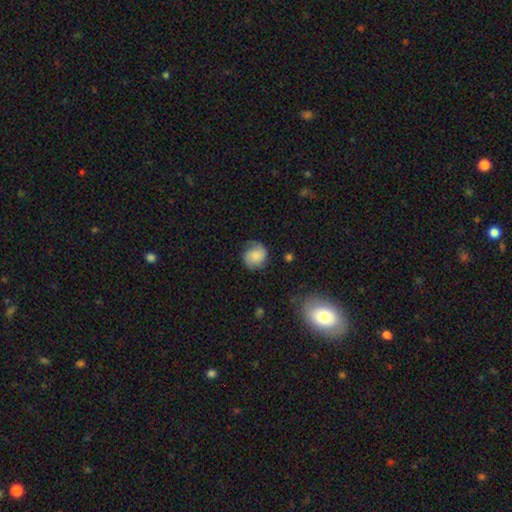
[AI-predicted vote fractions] Smooth or featured?
  - smooth: 64% *
  - featured or disk: 28%
  - star or artifact: 8%
How rounded?
  - round: 83% *
  - in between: 16%
  - cigar-shaped: 1%
Merging?
  - none: 69% *
  - minor disturbance: 22%
  - major disturbance: 8%
  - merger: 2%